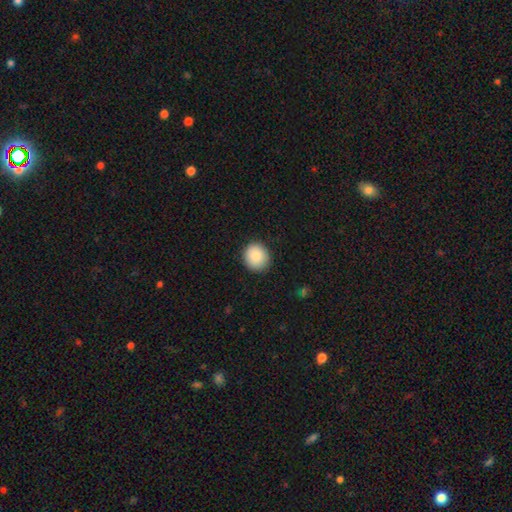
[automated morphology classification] A smooth galaxy with no disk features (88%) that is round (87%).

Vote fractions:
- Smooth or featured? smooth: 88% / star or artifact: 8% / featured or disk: 5%
- How rounded? round: 87% / in between: 12% / cigar-shaped: 1%
- Merging? none: 90% / minor disturbance: 7% / major disturbance: 2% / merger: 1%